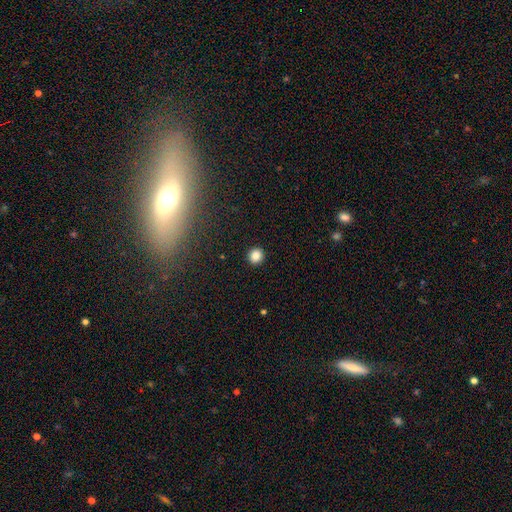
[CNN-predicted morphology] A smooth galaxy with no disk features (85%) that is round (93%).

Vote fractions:
- Smooth or featured? smooth: 85% / star or artifact: 11% / featured or disk: 4%
- How rounded? round: 93% / in between: 6% / cigar-shaped: 1%
- Merging? none: 93% / minor disturbance: 4% / major disturbance: 2% / merger: 1%